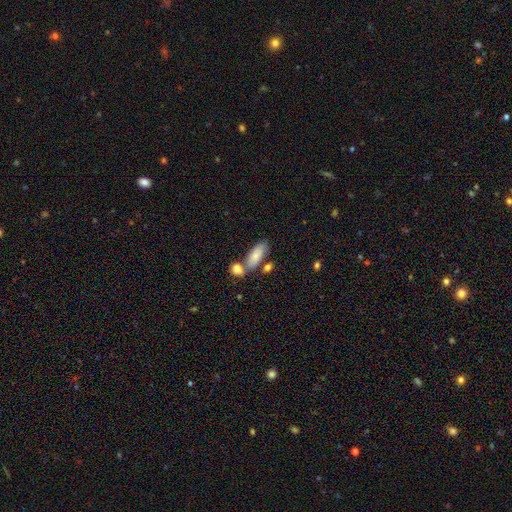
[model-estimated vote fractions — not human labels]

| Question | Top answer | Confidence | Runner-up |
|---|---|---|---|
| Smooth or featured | smooth | 80% | featured or disk (14%) |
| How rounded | in between | 83% | cigar-shaped (14%) |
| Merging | none | 51% | merger (28%) |